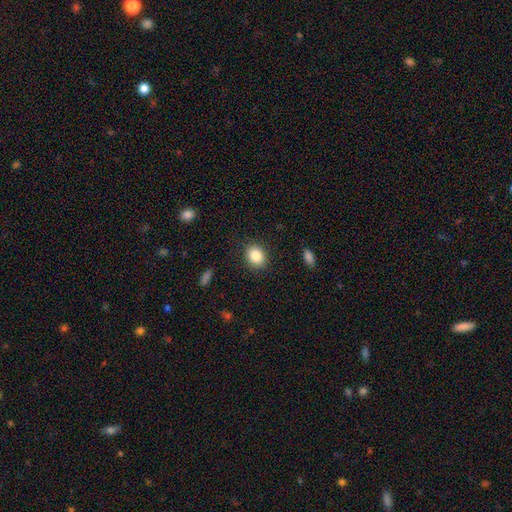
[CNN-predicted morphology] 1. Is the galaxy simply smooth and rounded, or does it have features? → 85% smooth, 9% star or artifact, 6% featured or disk.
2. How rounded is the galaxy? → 51% in between, 48% round, 1% cigar-shaped.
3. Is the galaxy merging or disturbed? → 88% none, 9% minor disturbance, 3% major disturbance, 1% merger.